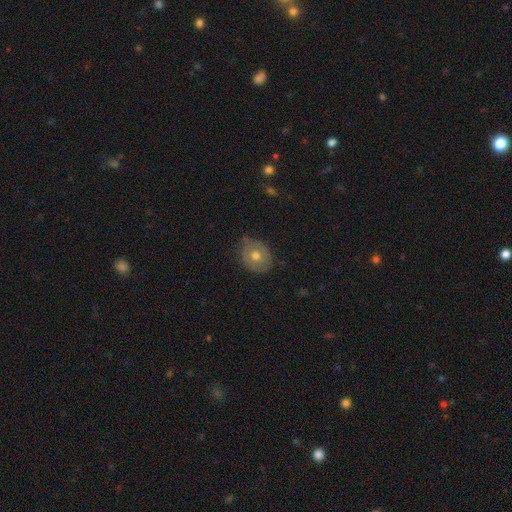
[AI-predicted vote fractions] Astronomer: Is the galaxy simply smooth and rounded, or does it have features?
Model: smooth — 56% (runner-up: featured or disk, 34%).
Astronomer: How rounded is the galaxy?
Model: round — 64%.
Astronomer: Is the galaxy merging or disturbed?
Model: none — 73%.